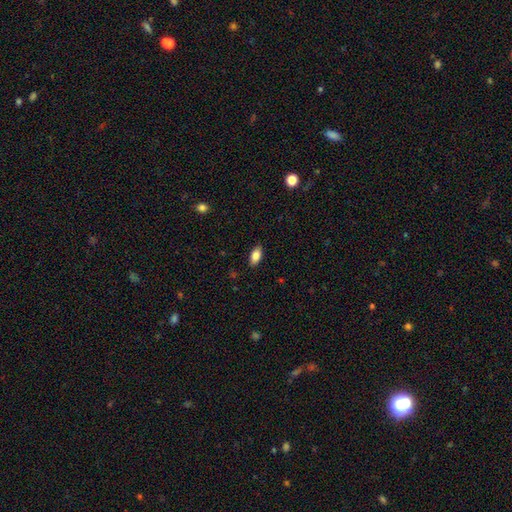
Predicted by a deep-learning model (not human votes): A smooth galaxy with no disk features (82%) that is in between round and cigar-shaped (90%). Merging: none (88%).